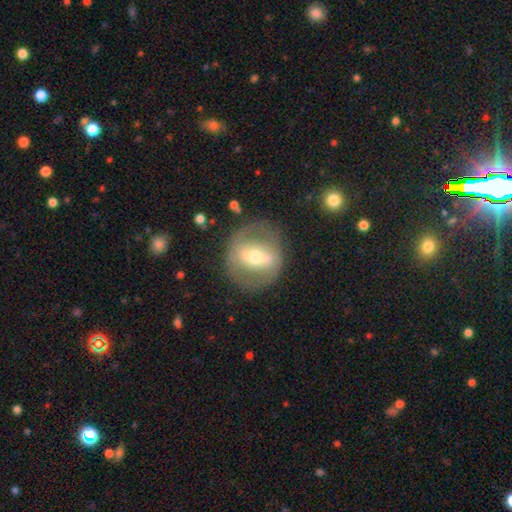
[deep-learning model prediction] smooth-or-featured: featured or disk: 64% | smooth: 30% | star or artifact: 7%
  disk-edge-on: no: 89% | yes: 11%
    bar: strong: 56% | weak: 27% | no: 16%
    has-spiral-arms: no: 64% | yes: 36%
    bulge-size: moderate: 62% | small: 26% | large: 9% | dominant: 1% | none: 1%
  merging: none: 77% | minor disturbance: 13% | major disturbance: 9% | merger: 2%